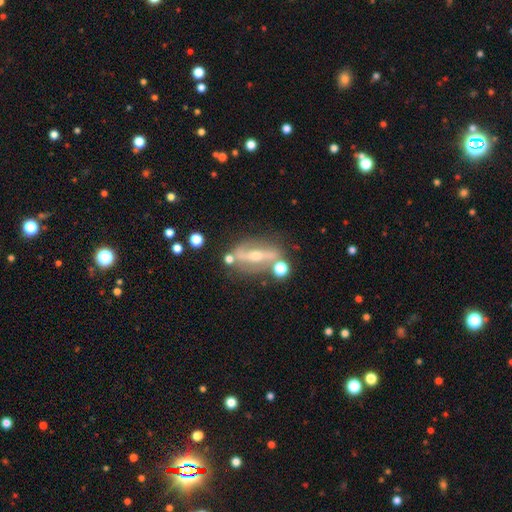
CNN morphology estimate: Smooth or featured? featured or disk (81%)
Edge-on disk? no (65%)
Bar? strong (65%)
Spiral arms? yes (71%)
Bulge size? moderate (49%)
Merging? none (72%)